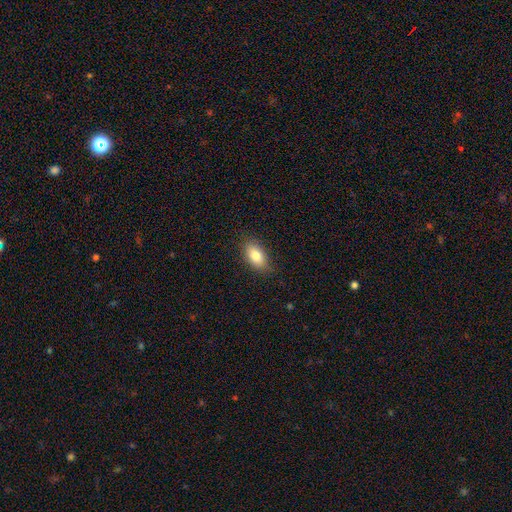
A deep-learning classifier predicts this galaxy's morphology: Smooth or featured? Predicted: smooth (p=0.82). How rounded? Predicted: in between (p=0.90). Merging? Predicted: none (p=0.84).